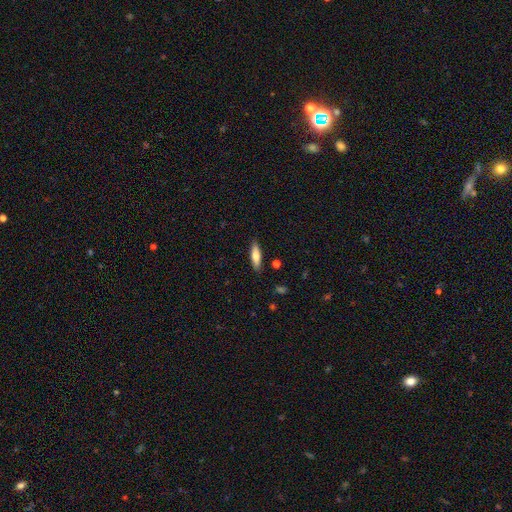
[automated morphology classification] Smooth or featured? Predicted: smooth (p=0.69). How rounded? Predicted: cigar-shaped (p=0.62). Merging? Predicted: none (p=0.87).